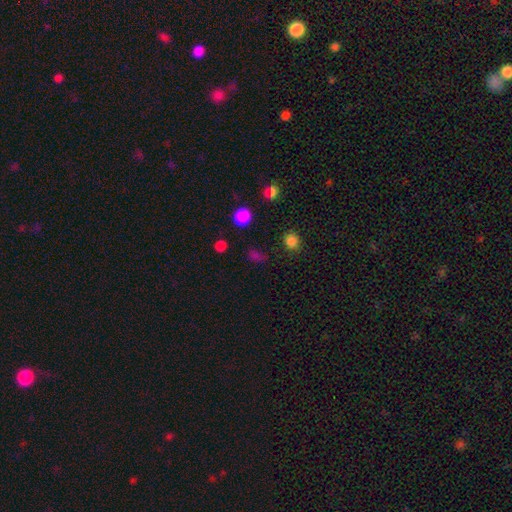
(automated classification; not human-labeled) smooth_or_featured: smooth (p=0.65) [alt: star or artifact p=0.29]
how_rounded: round (p=0.53) [alt: in between p=0.44]
merging: none (p=0.76) [alt: minor disturbance p=0.13]